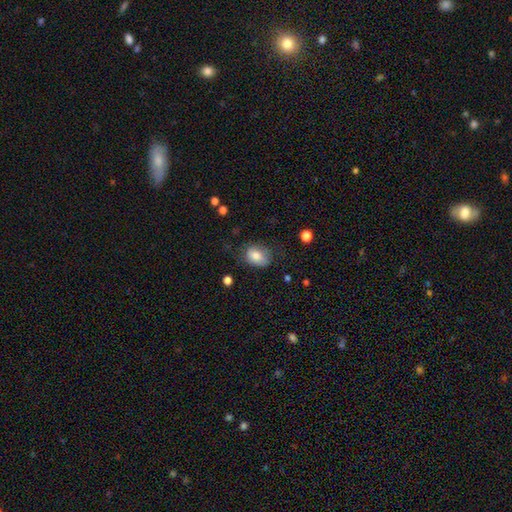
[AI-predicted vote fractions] A smooth galaxy with no disk features (82%) that is in between round and cigar-shaped (71%).

Vote fractions:
- Smooth or featured? smooth: 82% / featured or disk: 10% / star or artifact: 8%
- How rounded? in between: 71% / round: 27% / cigar-shaped: 1%
- Merging? none: 65% / minor disturbance: 24% / major disturbance: 9% / merger: 2%